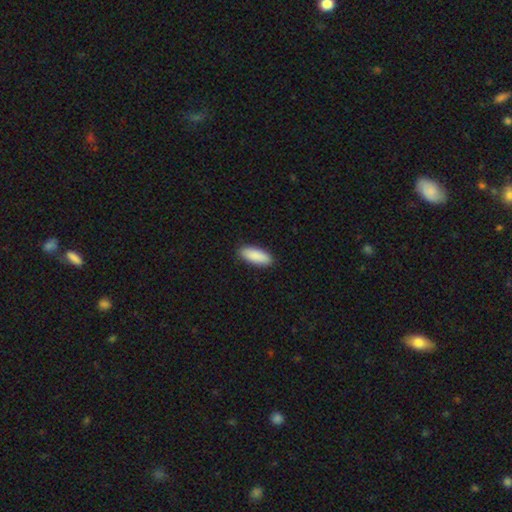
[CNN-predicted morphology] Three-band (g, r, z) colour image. It shows a smooth galaxy with no disk features (91%) that is in between round and cigar-shaped (73%). Merging: none (90%).